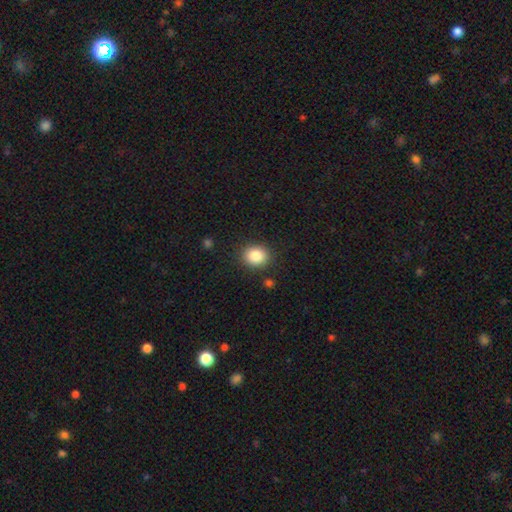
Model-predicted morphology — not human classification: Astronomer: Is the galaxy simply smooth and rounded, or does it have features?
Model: smooth — 85%.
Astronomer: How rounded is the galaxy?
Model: round — 66%.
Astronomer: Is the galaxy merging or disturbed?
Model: none — 87%.